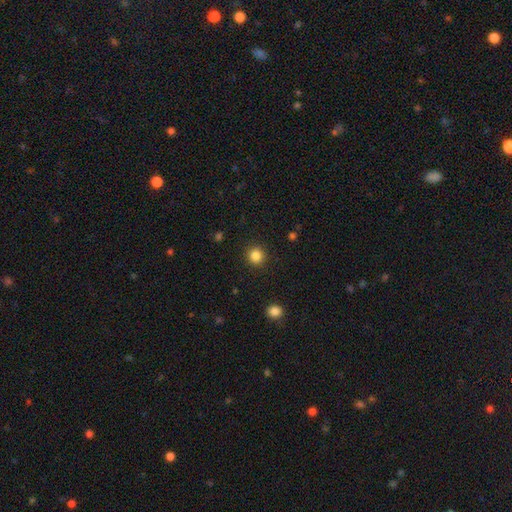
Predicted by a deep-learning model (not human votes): Smooth or featured?
  - smooth: 85% *
  - star or artifact: 11%
  - featured or disk: 4%
How rounded?
  - round: 93% *
  - in between: 6%
  - cigar-shaped: 1%
Merging?
  - none: 91% *
  - minor disturbance: 6%
  - major disturbance: 2%
  - merger: 1%